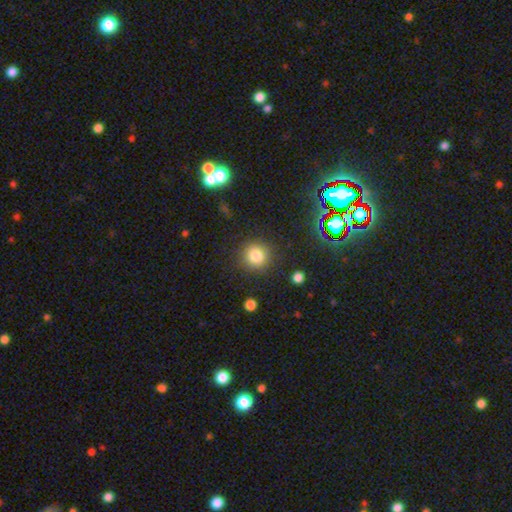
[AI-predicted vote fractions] A smooth galaxy with no disk features (81%) that is round (92%). Merging: none (87%).